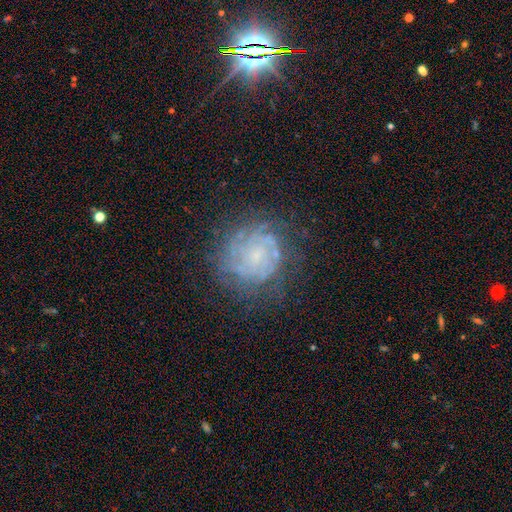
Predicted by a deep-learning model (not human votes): This appears to be a featured or disk galaxy (71%) with no bar (77%), tight (69%) spiral arms (85%) and a small central bulge (59%). Merging: none (71%).